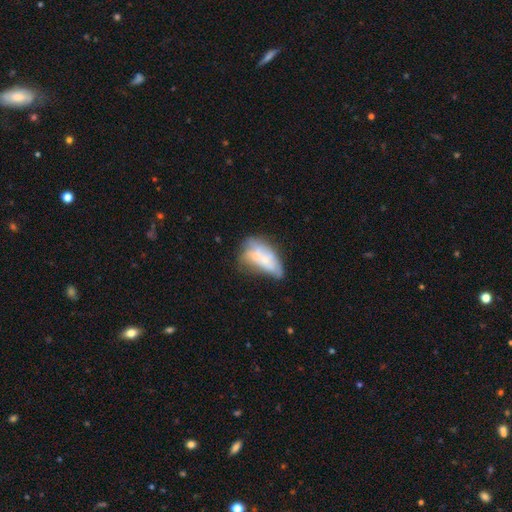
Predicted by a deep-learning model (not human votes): A smooth galaxy with no disk features (48%).

Vote fractions:
- Smooth or featured? smooth: 48% / featured or disk: 43% / star or artifact: 9%
- Merging? merger: 39% / none: 25% / minor disturbance: 19% / major disturbance: 17%